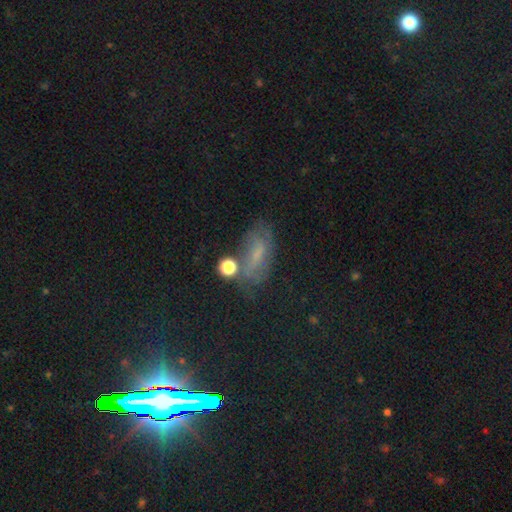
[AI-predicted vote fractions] Smooth or featured? Predicted: smooth (p=0.38). Merging? Predicted: none (p=0.59).